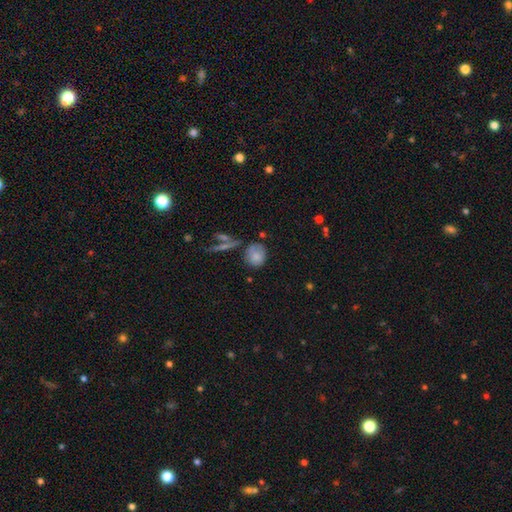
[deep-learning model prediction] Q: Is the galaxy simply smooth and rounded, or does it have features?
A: smooth — 78%.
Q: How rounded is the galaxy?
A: round — 68%.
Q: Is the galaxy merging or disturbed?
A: none — 54%.